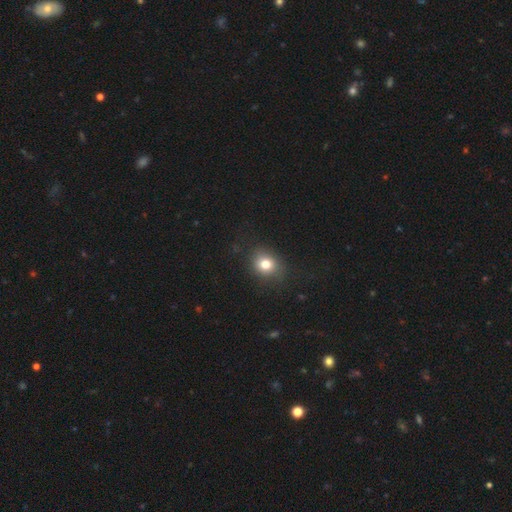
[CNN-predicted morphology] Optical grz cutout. It shows a smooth galaxy with no disk features (72%) that is round (73%). Merging: none (84%).